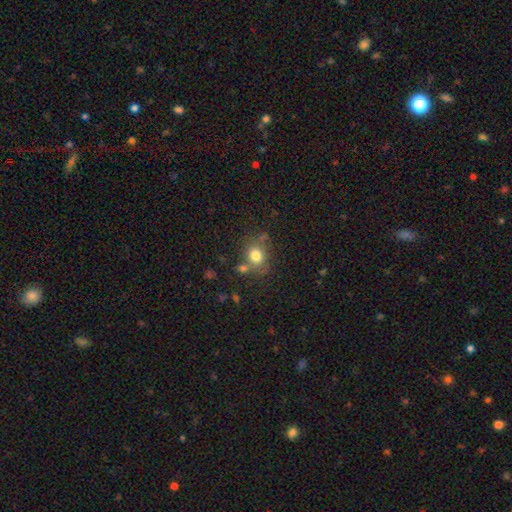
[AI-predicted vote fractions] This appears to be a smooth galaxy with no disk features (76%) that is round (64%). Merging: none (60%).